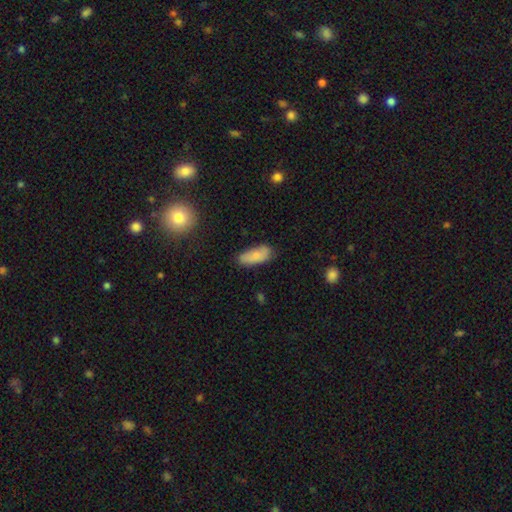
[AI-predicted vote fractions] Overall: smooth (82%). How rounded: in between (80%). Merging: none (71%).